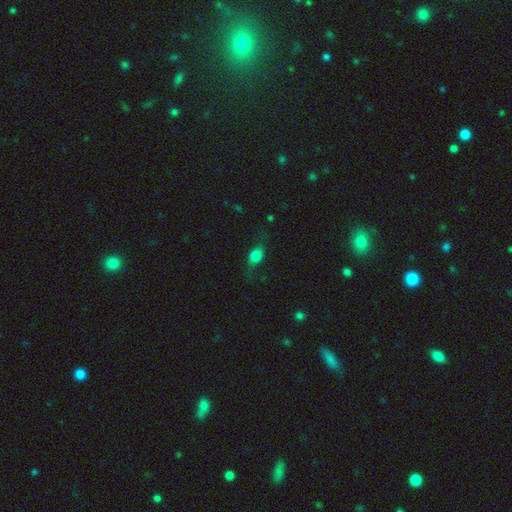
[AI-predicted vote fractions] The model was most divided on "how rounded": in between: 64%, round: 30%, cigar-shaped: 6%. More confident: smooth or featured — smooth (70%); merging — none (63%).